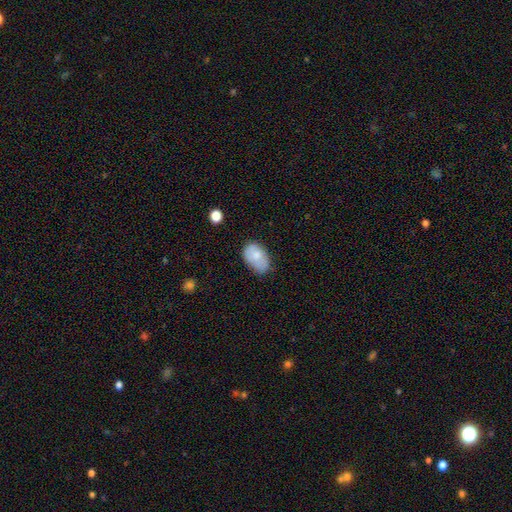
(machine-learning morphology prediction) The model was most divided on "merging": none: 56%, minor disturbance: 33%, major disturbance: 8%, merger: 3%. More confident: how rounded — in between (89%); smooth or featured — smooth (76%).